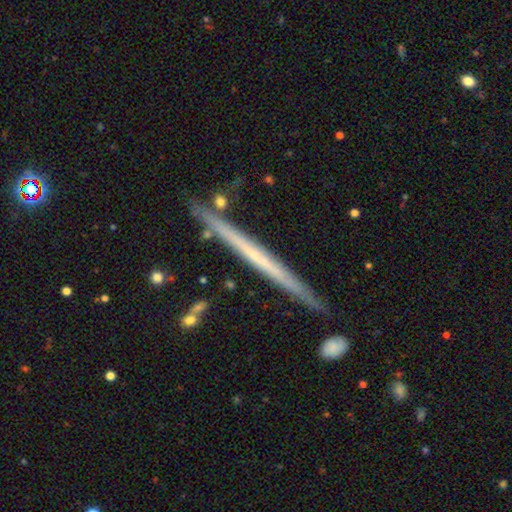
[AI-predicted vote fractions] Smooth or featured?
  - featured or disk: 63% *
  - smooth: 30%
  - star or artifact: 7%
Edge-on disk?
  - yes: 97% *
  - no: 3%
Edge-on bulge?
  - none: 90% *
  - rounded: 7%
  - boxy: 3%
Merging?
  - none: 87% *
  - minor disturbance: 9%
  - merger: 2%
  - major disturbance: 2%